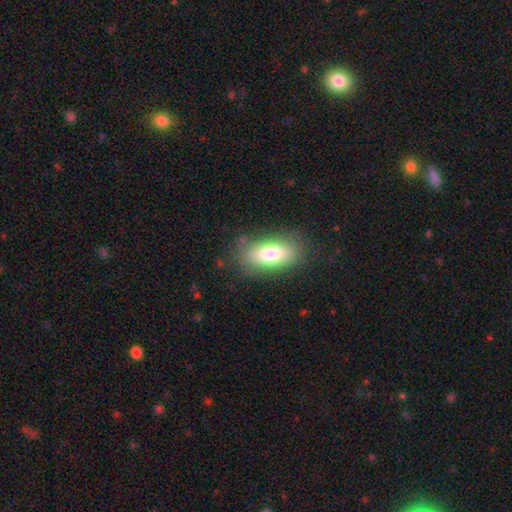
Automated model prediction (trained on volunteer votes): smooth-or-featured: smooth: 75% | featured or disk: 16% | star or artifact: 8%
  how-rounded: in between: 83% | cigar-shaped: 12% | round: 5%
  merging: none: 81% | minor disturbance: 13% | major disturbance: 5% | merger: 2%